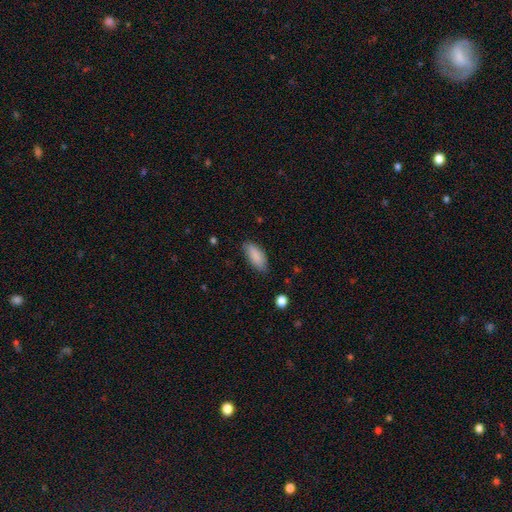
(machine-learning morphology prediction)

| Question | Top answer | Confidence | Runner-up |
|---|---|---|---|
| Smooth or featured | smooth | 87% | featured or disk (7%) |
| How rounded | in between | 81% | cigar-shaped (17%) |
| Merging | none | 80% | minor disturbance (16%) |